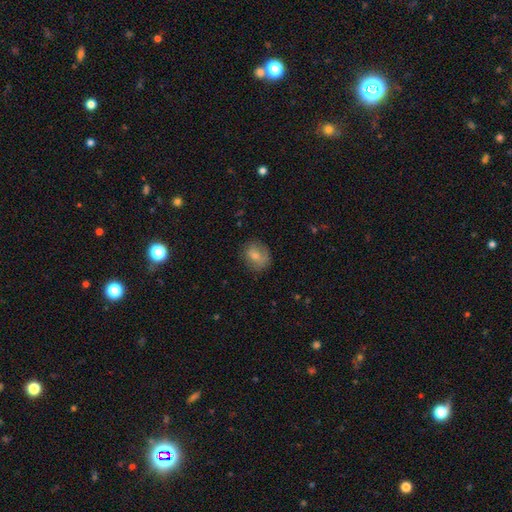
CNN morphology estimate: smooth 64%, featured or disk 28%, star or artifact 9%. Down the decision tree: how rounded — round (65%); merging — none (74%).